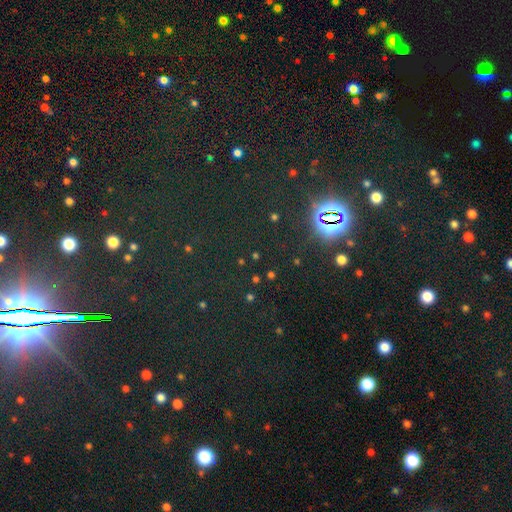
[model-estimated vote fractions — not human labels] Smooth or featured: star or artifact — 75% (smooth — 16%)